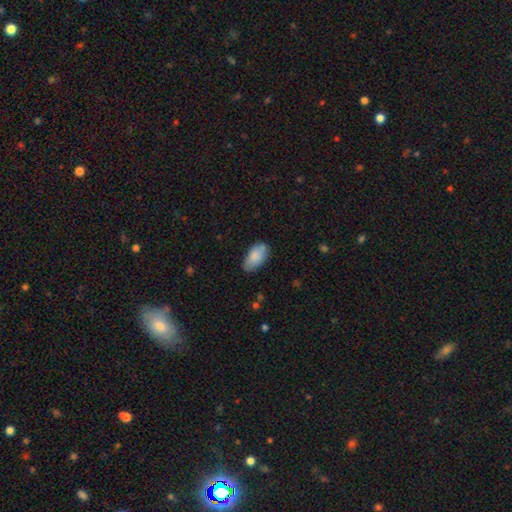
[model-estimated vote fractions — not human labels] Morphology: type=smooth (84%); roundness=in between (95%); merging=none (71%).